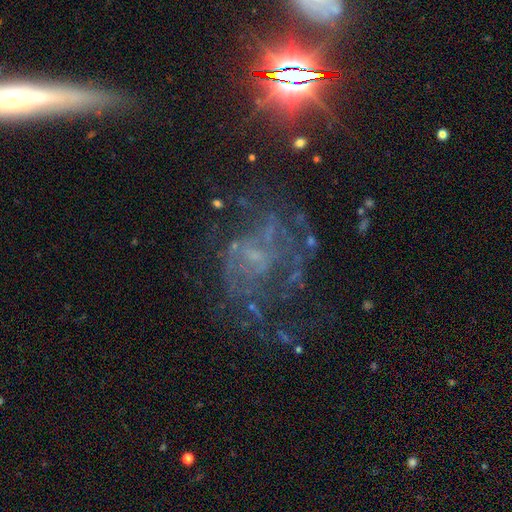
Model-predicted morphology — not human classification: smooth-or-featured: featured or disk: 65% | star or artifact: 23% | smooth: 11%
  disk-edge-on: no: 97% | yes: 3%
    bar: no: 68% | weak: 26% | strong: 6%
    has-spiral-arms: yes: 58% | no: 42%
    bulge-size: small: 45% | none: 38% | moderate: 14% | large: 2% | dominant: 1%
  merging: none: 47% | major disturbance: 31% | minor disturbance: 17% | merger: 5%